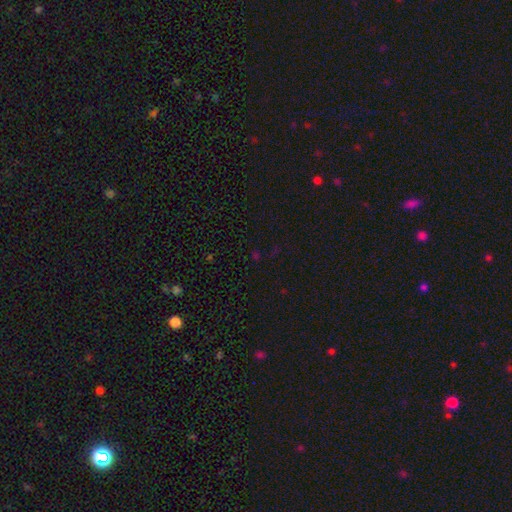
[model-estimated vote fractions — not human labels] Q: Smooth or featured?
A: star or artifact (64%); runner-up: smooth (28%)